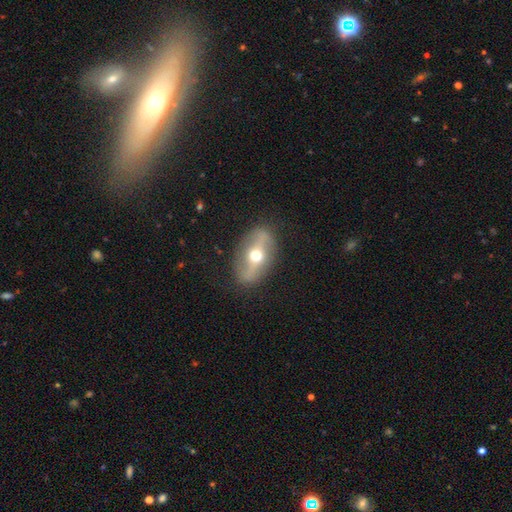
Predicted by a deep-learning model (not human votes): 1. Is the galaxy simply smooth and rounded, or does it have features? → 64% featured or disk, 29% smooth, 6% star or artifact.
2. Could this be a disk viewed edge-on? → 72% no, 28% yes.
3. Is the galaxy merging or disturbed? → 85% none, 10% minor disturbance, 4% major disturbance, 1% merger.